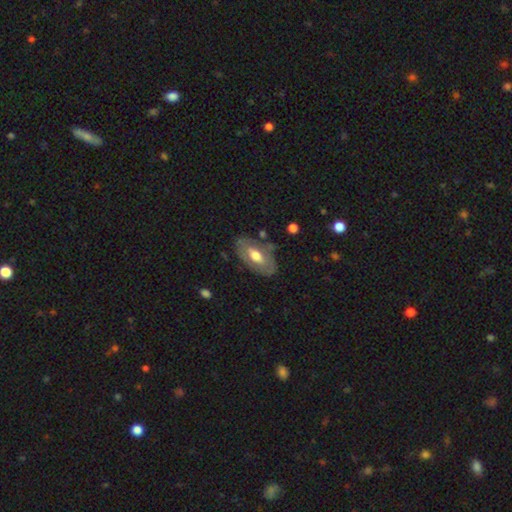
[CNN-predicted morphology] The model was most divided on "smooth or featured": featured or disk: 49%, smooth: 46%, star or artifact: 6%. More confident: merging — none (72%).